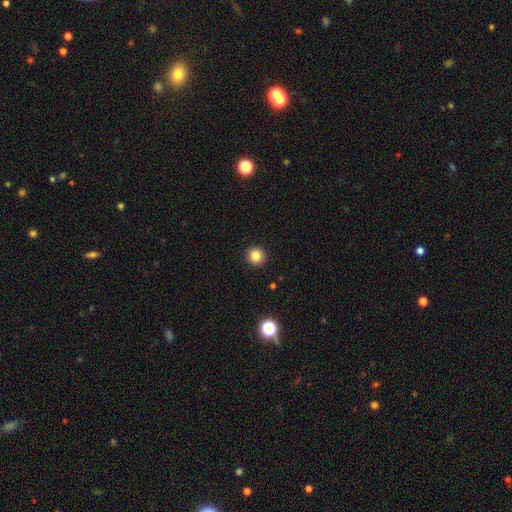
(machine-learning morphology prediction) A smooth galaxy with no disk features (83%) that is round (95%).

Vote fractions:
- Smooth or featured? smooth: 83% / star or artifact: 11% / featured or disk: 5%
- How rounded? round: 95% / in between: 5% / cigar-shaped: 1%
- Merging? none: 93% / minor disturbance: 4% / major disturbance: 2% / merger: 1%